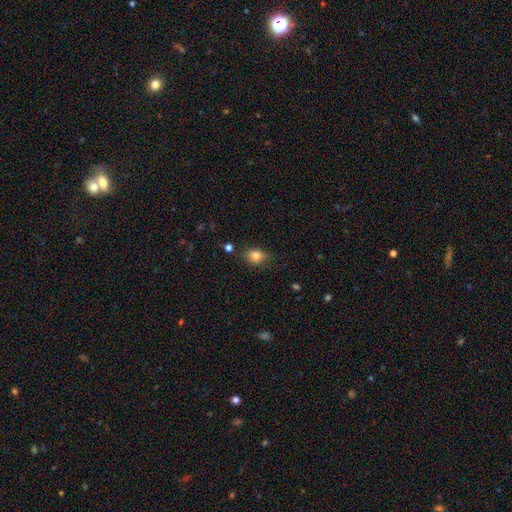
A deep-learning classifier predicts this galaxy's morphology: This appears to be a smooth galaxy with no disk features (80%) that is in between round and cigar-shaped (64%). Merging: none (71%).